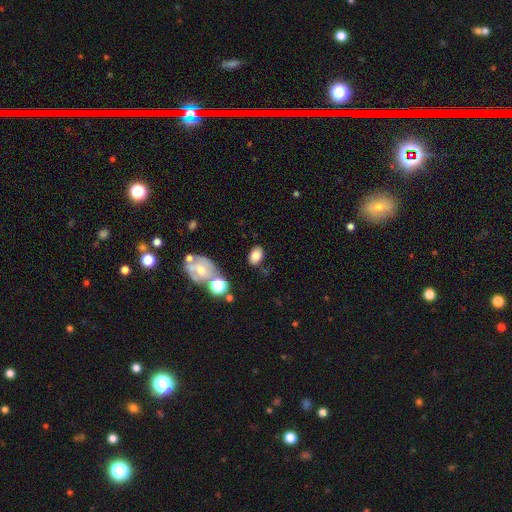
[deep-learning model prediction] Overall: smooth (76%). How rounded: in between (83%). Merging: none (69%).